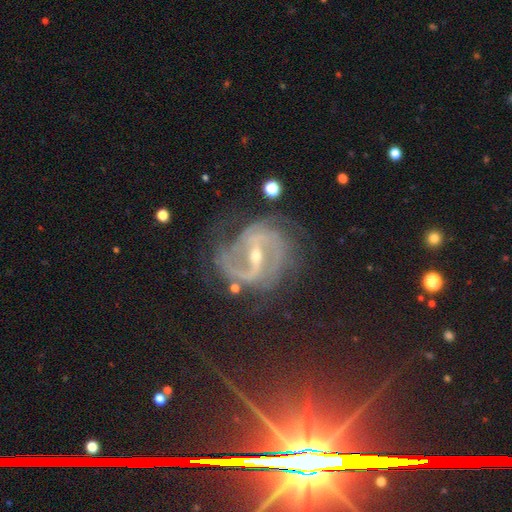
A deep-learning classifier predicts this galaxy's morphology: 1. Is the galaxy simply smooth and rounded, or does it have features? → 84% featured or disk, 11% star or artifact, 4% smooth.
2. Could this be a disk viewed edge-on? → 97% no, 3% yes.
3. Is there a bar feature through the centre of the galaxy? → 57% strong, 32% weak, 11% no.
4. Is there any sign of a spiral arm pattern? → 97% yes, 3% no.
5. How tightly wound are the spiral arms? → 50% medium, 30% tight, 20% loose.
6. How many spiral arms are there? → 67% 2, 11% 3, 10% can't tell, 4% 4, 4% 1, 4% more than 4.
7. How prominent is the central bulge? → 57% small, 40% moderate, 1% large, 1% none, 1% dominant.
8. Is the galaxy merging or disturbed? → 66% none, 20% minor disturbance, 12% major disturbance, 2% merger.